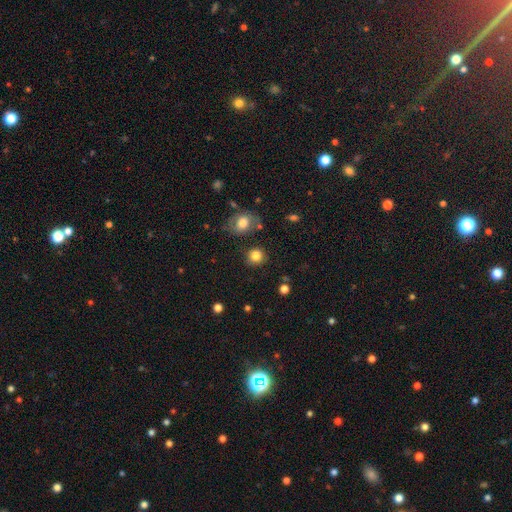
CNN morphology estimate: A smooth galaxy with no disk features (84%) that is round (88%). Merging: none (82%).